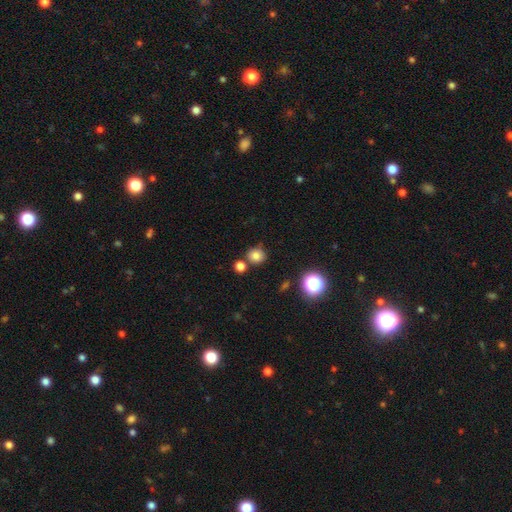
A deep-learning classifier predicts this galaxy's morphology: Smooth or featured? Predicted: smooth (p=0.79). How rounded? Predicted: round (p=0.86). Merging? Predicted: none (p=0.75).